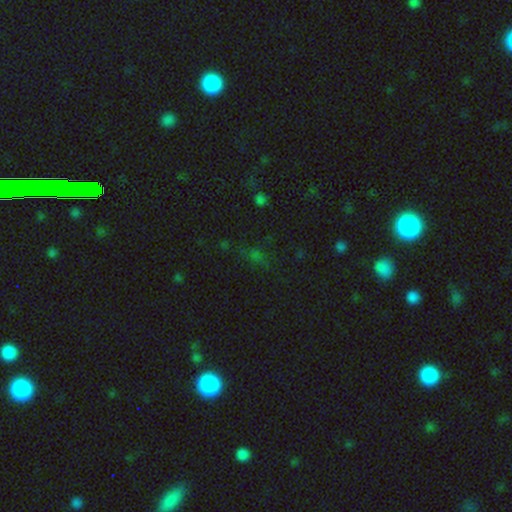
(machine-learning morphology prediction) Smooth or featured?
  - star or artifact: 54% *
  - smooth: 37%
  - featured or disk: 9%